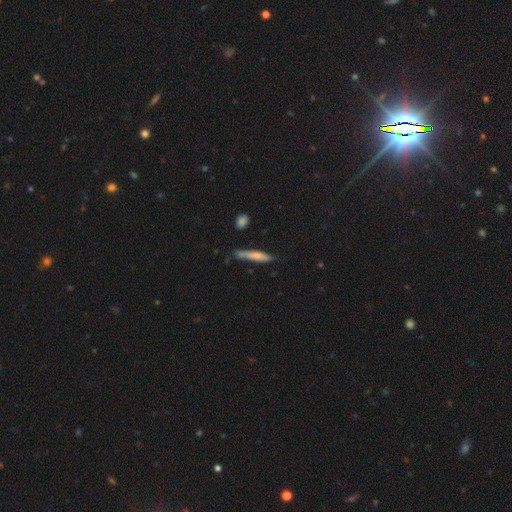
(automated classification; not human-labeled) Smooth or featured? Predicted: smooth (p=0.71). How rounded? Predicted: cigar-shaped (p=0.90). Merging? Predicted: none (p=0.69).